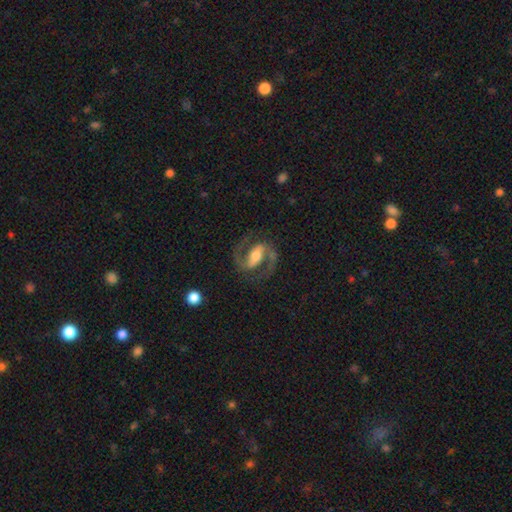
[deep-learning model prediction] Smooth or featured: featured or disk — 89% (smooth — 6%)
Edge-on disk: no — 97% (yes — 3%)
Bar: strong — 53% (weak — 32%)
Spiral arms: yes — 97% (no — 3%)
Spiral winding: medium — 63% (loose — 19%)
Spiral arm count: 2 — 94% (can't tell — 2%)
Bulge size: moderate — 60% (small — 23%)
Merging: none — 79% (minor disturbance — 11%)